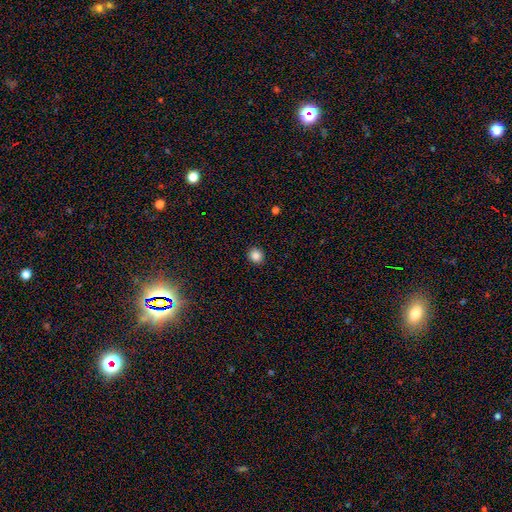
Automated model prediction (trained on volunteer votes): Smooth or featured? smooth (85%)
How rounded? round (87%)
Merging? none (92%)